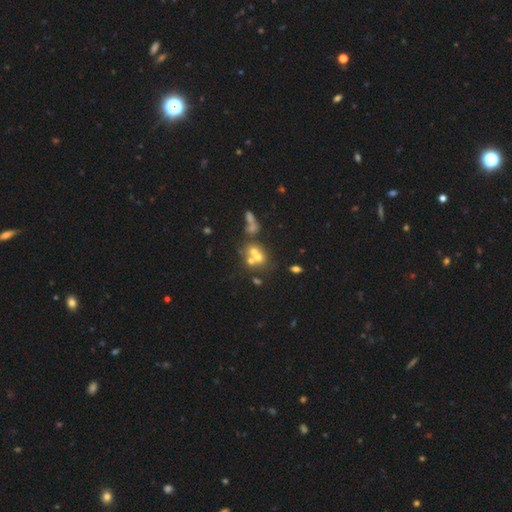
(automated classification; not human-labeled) Smooth or featured: smooth — 48% (featured or disk — 33%)
Merging: merger — 53% (none — 32%)